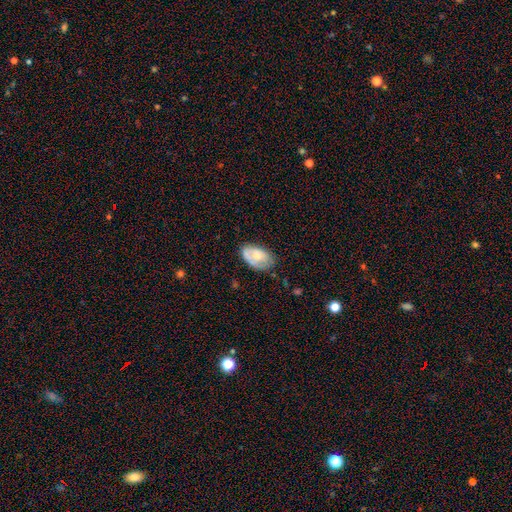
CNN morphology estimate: Smooth or featured?
  - smooth: 58% *
  - featured or disk: 35%
  - star or artifact: 6%
How rounded?
  - in between: 92% *
  - round: 7%
  - cigar-shaped: 1%
Merging?
  - none: 60% *
  - minor disturbance: 28%
  - major disturbance: 9%
  - merger: 2%